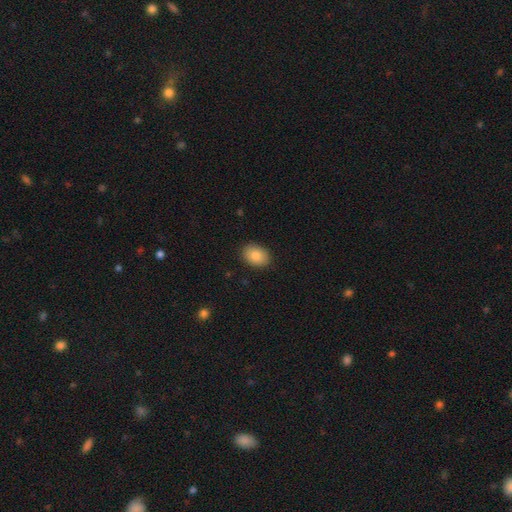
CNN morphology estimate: Q: Smooth or featured?
A: smooth (85%); runner-up: star or artifact (8%)
Q: How rounded?
A: in between (73%); runner-up: round (26%)
Q: Merging?
A: none (89%); runner-up: minor disturbance (8%)